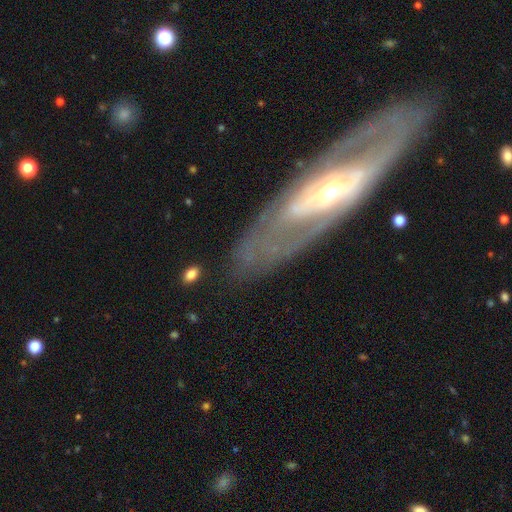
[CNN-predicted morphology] This is likely a featured or disk galaxy (76%). It is likely not viewed edge-on (78%). Bar: possibly no (54%). Spiral arm pattern: possibly yes (57%). Central bulge: possibly moderate (58%). Merging: likely none (74%).